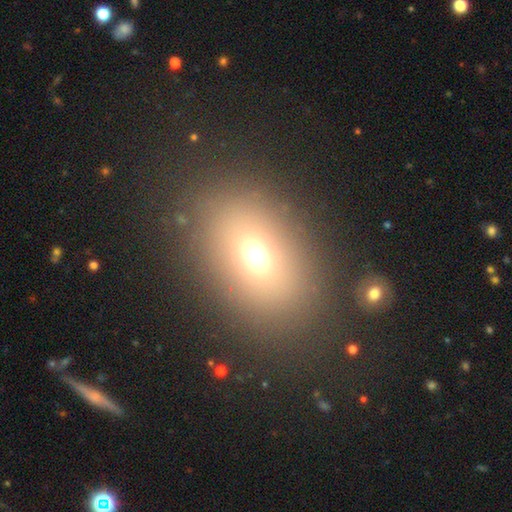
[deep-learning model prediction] A smooth galaxy with no disk features (68%) that is in between round and cigar-shaped (70%). Merging: none (83%).